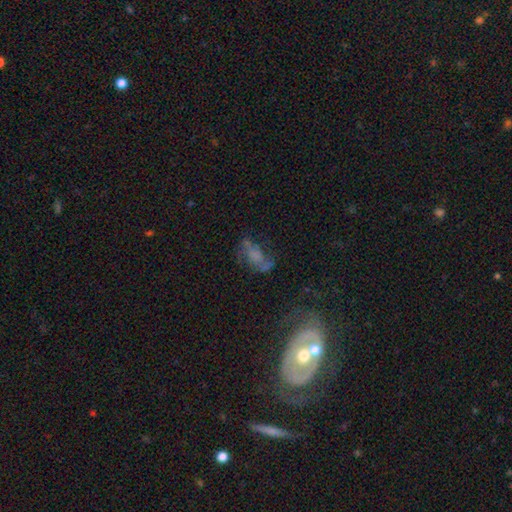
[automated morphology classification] smooth-or-featured: featured or disk: 46% | smooth: 34% | star or artifact: 20%
  merging: none: 37% | major disturbance: 30% | minor disturbance: 21% | merger: 12%